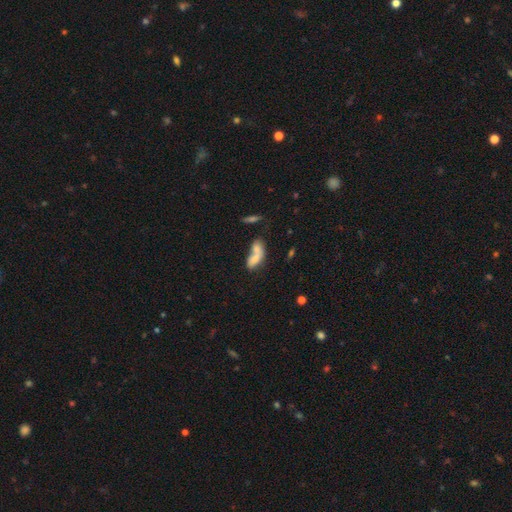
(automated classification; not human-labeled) Smooth or featured: smooth — 69% (featured or disk — 22%)
How rounded: in between — 79% (cigar-shaped — 14%)
Merging: merger — 62% (none — 21%)